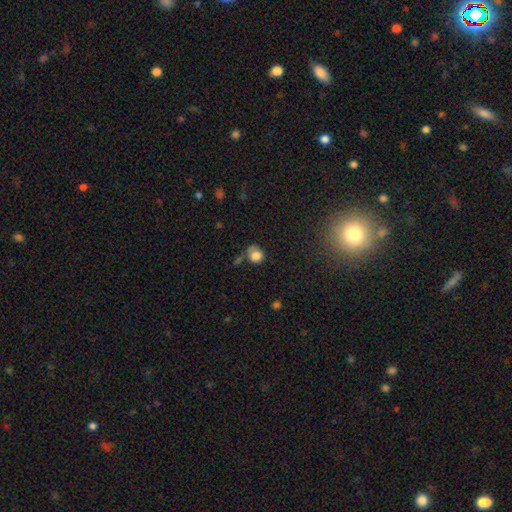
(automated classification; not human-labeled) This appears to be a smooth galaxy with no disk features (80%) that is round (74%). Merging: none (46%).